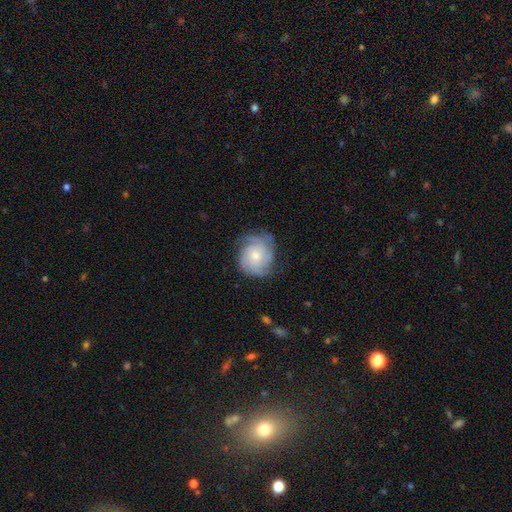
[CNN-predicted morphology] type=featured or disk (69%); edge-on=no (98%); bar=no (77%); spiral arms=yes (92%); winding=tight (60%); arm count=can't tell (35%); bulge=small (48%); merging=none (68%).